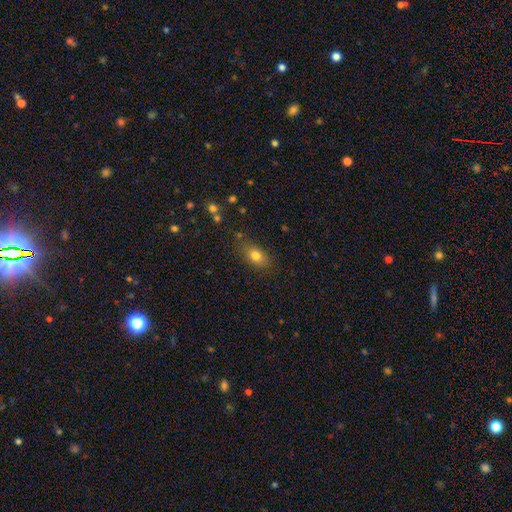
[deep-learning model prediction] Morphology: type=smooth (79%); roundness=in between (78%); merging=none (76%).